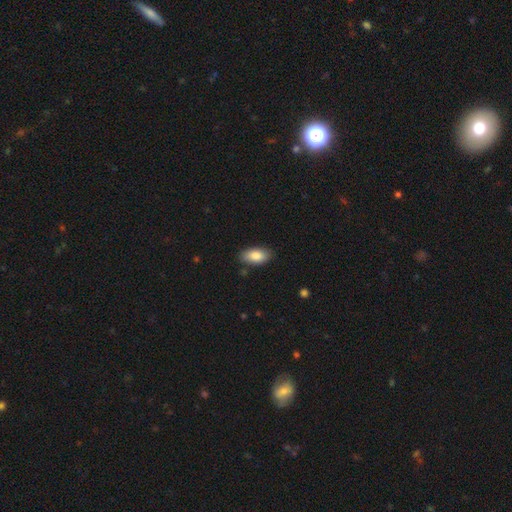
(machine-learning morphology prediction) Smooth or featured? Predicted: smooth (p=0.86). How rounded? Predicted: in between (p=0.92). Merging? Predicted: none (p=0.84).